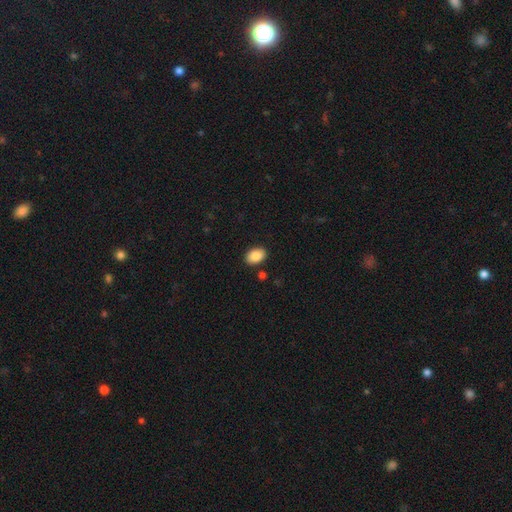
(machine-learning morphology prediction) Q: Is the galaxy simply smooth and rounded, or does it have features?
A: smooth — 86%.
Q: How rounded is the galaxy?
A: in between — 84%.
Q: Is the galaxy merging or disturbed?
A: none — 88%.